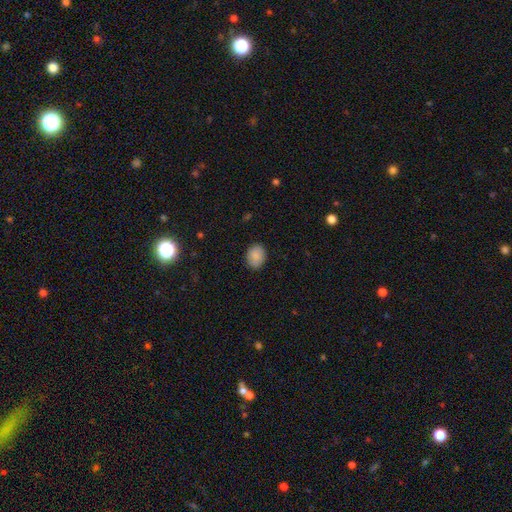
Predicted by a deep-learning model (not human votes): smooth_or_featured: smooth (p=0.88) [alt: star or artifact p=0.08]
how_rounded: in between (p=0.58) [alt: round p=0.41]
merging: none (p=0.87) [alt: minor disturbance p=0.10]